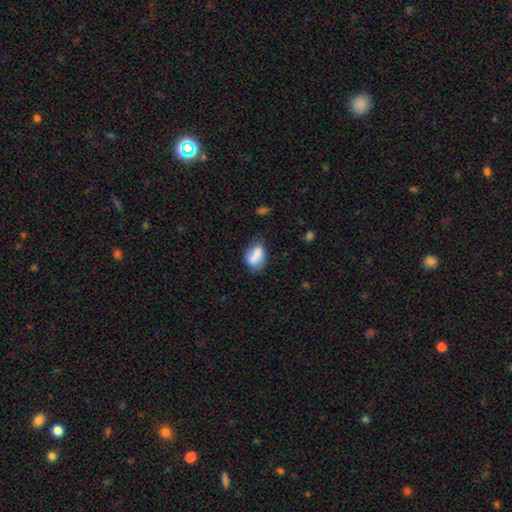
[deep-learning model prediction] Q: Smooth or featured?
A: smooth (76%); runner-up: featured or disk (16%)
Q: How rounded?
A: in between (79%); runner-up: round (16%)
Q: Merging?
A: none (47%); runner-up: minor disturbance (25%)